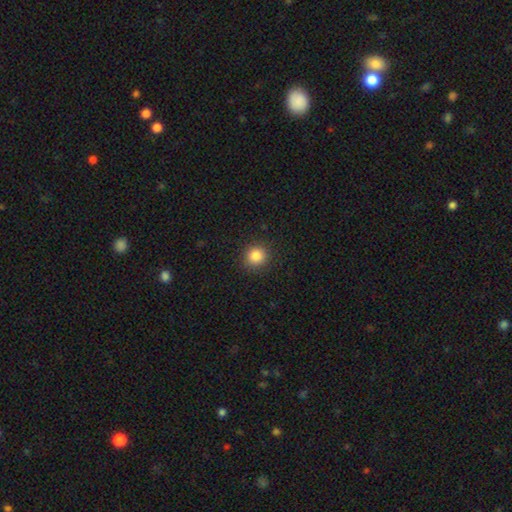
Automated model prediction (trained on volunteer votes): A smooth galaxy with no disk features (85%) that is round (91%). Merging: none (91%).